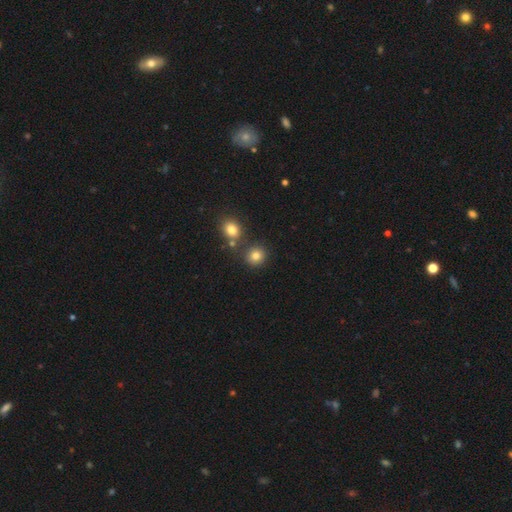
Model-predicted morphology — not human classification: This appears to be a smooth galaxy with no disk features (80%) that is round (87%). Merging: none (78%).